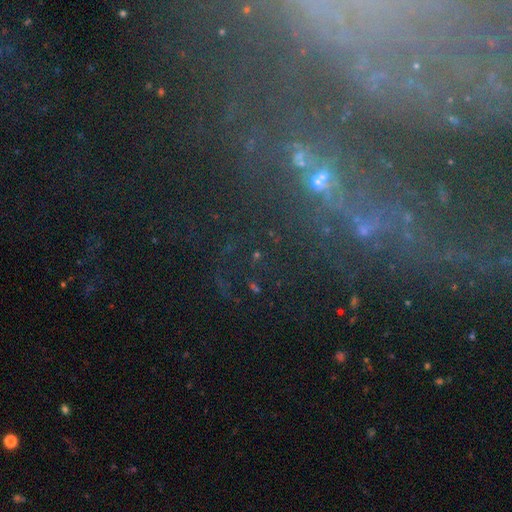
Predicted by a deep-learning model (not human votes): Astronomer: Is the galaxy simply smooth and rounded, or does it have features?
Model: featured or disk — 45% (runner-up: star or artifact, 40%).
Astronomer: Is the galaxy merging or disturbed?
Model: none — 65%.